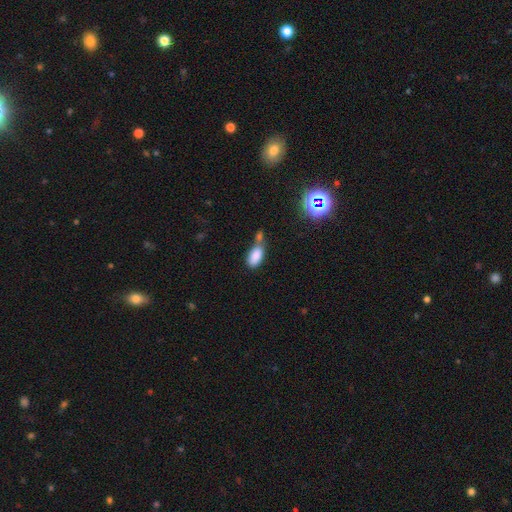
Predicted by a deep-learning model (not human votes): The model was most divided on "merging": merger: 39%, none: 38%, minor disturbance: 17%, major disturbance: 6%. More confident: how rounded — in between (92%); smooth or featured — smooth (85%).